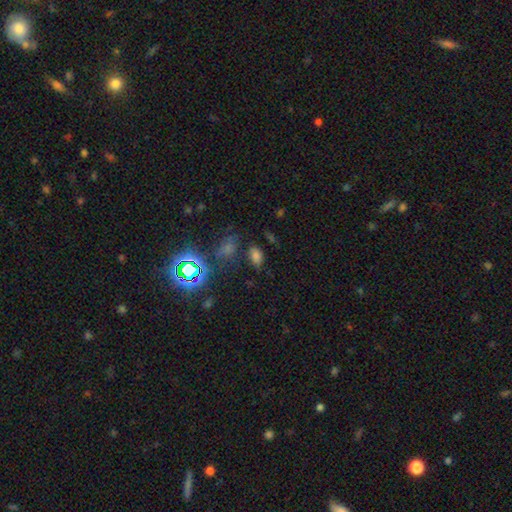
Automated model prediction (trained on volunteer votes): Smooth or featured? smooth (68%)
How rounded? in between (89%)
Merging? none (72%)